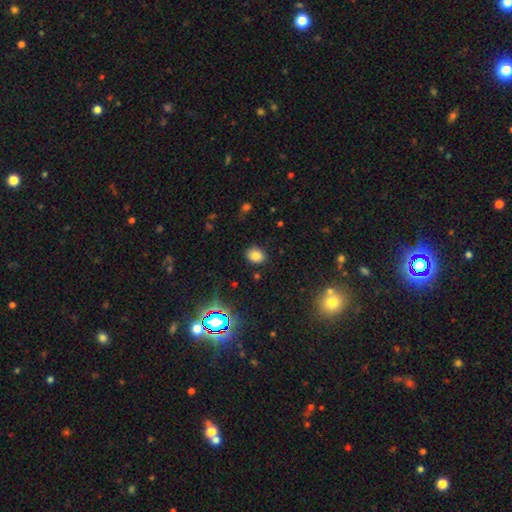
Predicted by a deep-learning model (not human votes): Smooth or featured? Predicted: smooth (p=0.80). How rounded? Predicted: in between (p=0.61). Merging? Predicted: none (p=0.84).